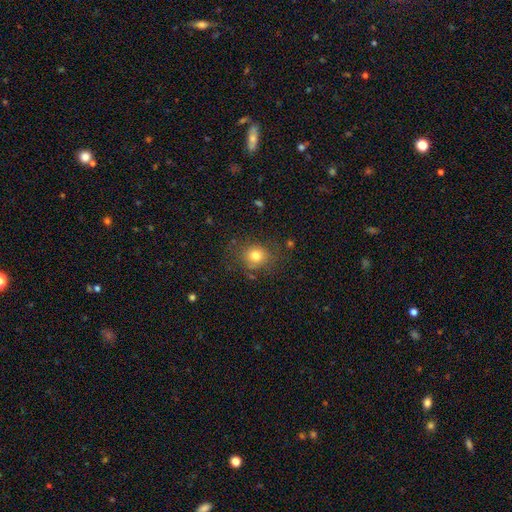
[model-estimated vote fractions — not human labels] smooth_or_featured: smooth (p=0.78) [alt: star or artifact p=0.13]
how_rounded: round (p=0.77) [alt: in between p=0.22]
merging: none (p=0.76) [alt: minor disturbance p=0.15]